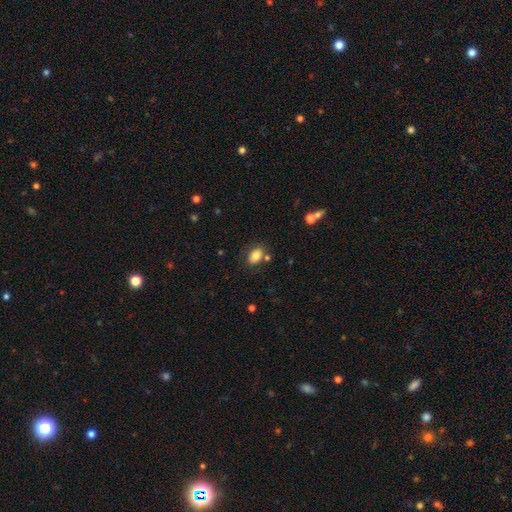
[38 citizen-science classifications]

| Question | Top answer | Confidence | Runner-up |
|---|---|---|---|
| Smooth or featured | smooth | 82% | featured or disk (11%) |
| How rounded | in between | 100% | — |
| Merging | none | 66% | merger (17%) |